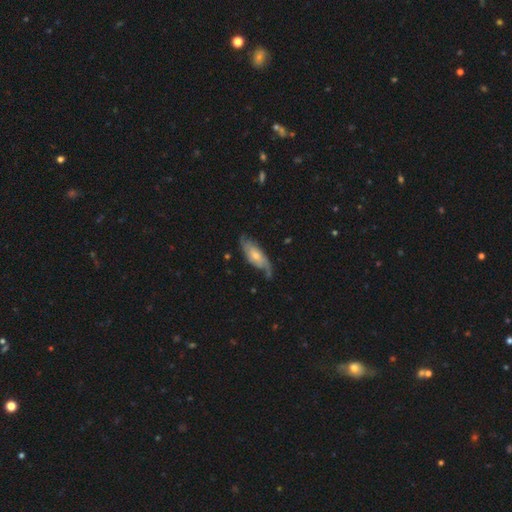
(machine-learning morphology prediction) smooth_or_featured: featured or disk (p=0.63) [alt: smooth p=0.32]
disk_edge_on: no (p=0.85) [alt: yes p=0.15]
bar: no (p=0.68) [alt: weak p=0.27]
has_spiral_arms: yes (p=0.87) [alt: no p=0.13]
bulge_size: moderate (p=0.49) [alt: small p=0.41]
merging: none (p=0.62) [alt: minor disturbance p=0.25]